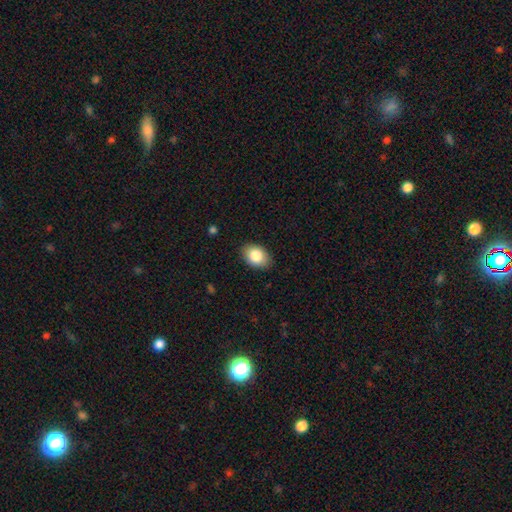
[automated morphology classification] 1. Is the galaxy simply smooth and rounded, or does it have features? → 84% smooth, 9% featured or disk, 8% star or artifact.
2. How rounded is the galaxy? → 81% in between, 18% round, 1% cigar-shaped.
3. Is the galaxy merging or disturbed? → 87% none, 10% minor disturbance, 2% major disturbance, 1% merger.